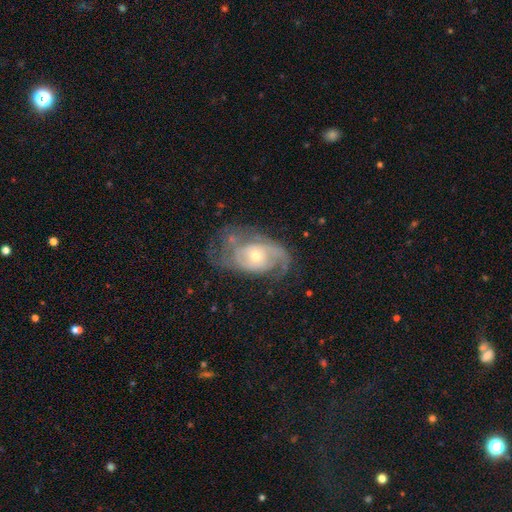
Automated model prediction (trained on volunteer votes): Overall: featured or disk (85%). Edge-on disk: no (96%). Bar: no (71%). Spiral arms: yes (93%). Spiral arm count: 2 (51%; can't tell 23%). Spiral winding: tight (45%; medium 39%). Bulge size: small (50%; moderate 46%). Merging: none (57%; minor disturbance 22%).